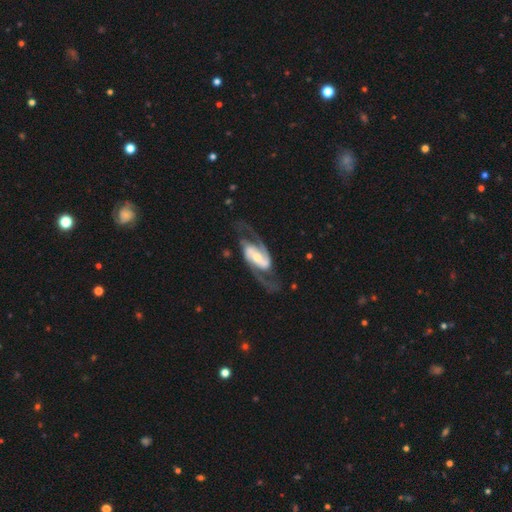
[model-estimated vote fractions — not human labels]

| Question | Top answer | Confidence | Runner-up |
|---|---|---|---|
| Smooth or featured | featured or disk | 91% | smooth (5%) |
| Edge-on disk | no | 96% | yes (4%) |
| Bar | strong | 46% | weak (33%) |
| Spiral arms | yes | 97% | no (3%) |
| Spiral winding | medium | 53% | loose (29%) |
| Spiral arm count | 2 | 93% | can't tell (2%) |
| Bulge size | moderate | 50% | small (38%) |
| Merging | none | 73% | minor disturbance (14%) |